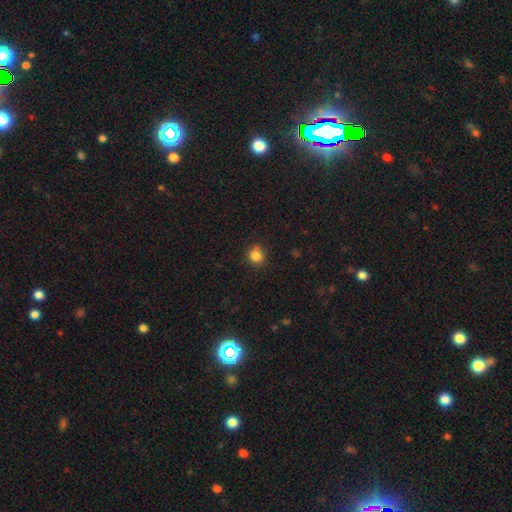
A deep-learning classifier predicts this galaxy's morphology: Smooth or featured: smooth — 84% (star or artifact — 12%)
How rounded: round — 78% (in between — 21%)
Merging: none — 78% (minor disturbance — 17%)